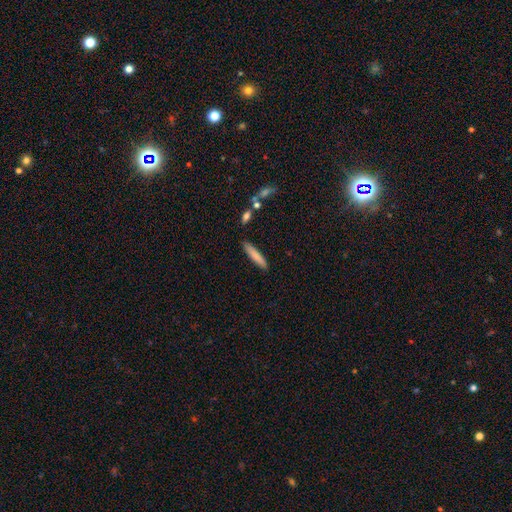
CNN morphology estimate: Smooth or featured? Predicted: smooth (p=0.80). How rounded? Predicted: cigar-shaped (p=0.88). Merging? Predicted: none (p=0.87).